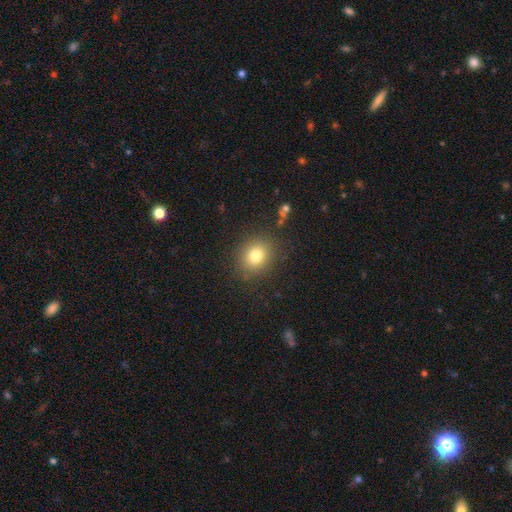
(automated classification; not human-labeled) The model was most divided on "how rounded": round: 68%, in between: 31%, cigar-shaped: 1%. More confident: merging — none (86%); smooth or featured — smooth (79%).